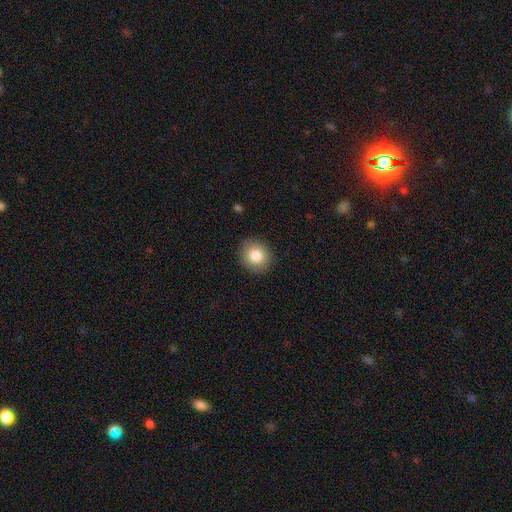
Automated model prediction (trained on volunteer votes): Smooth or featured: smooth — 84% (star or artifact — 9%)
How rounded: round — 87% (in between — 12%)
Merging: none — 90% (minor disturbance — 7%)